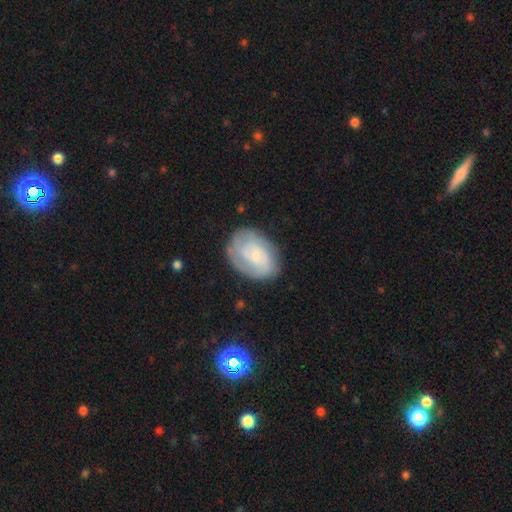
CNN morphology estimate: This appears to be a featured or disk galaxy (61%) with no bar (63%), spiral arms (84%) and a small central bulge (75%). Merging: none (73%).